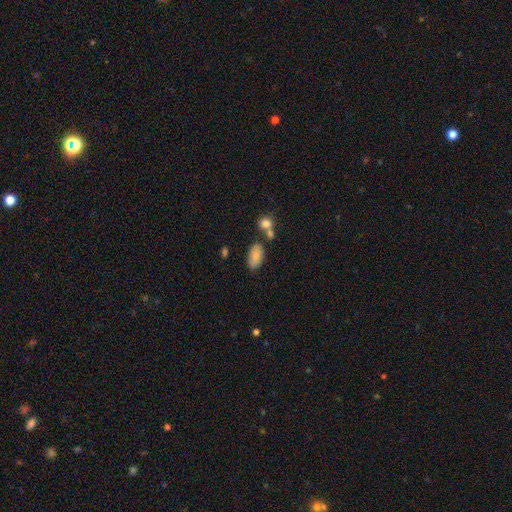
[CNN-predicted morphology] This is clearly a smooth galaxy (85%). How rounded: clearly in between (93%). Merging: likely none (67%).